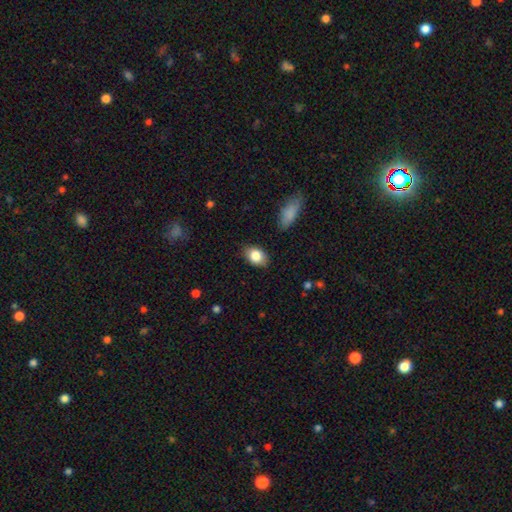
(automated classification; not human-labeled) smooth_or_featured: smooth (p=0.83) [alt: featured or disk p=0.09]
how_rounded: in between (p=0.77) [alt: round p=0.21]
merging: none (p=0.84) [alt: minor disturbance p=0.13]